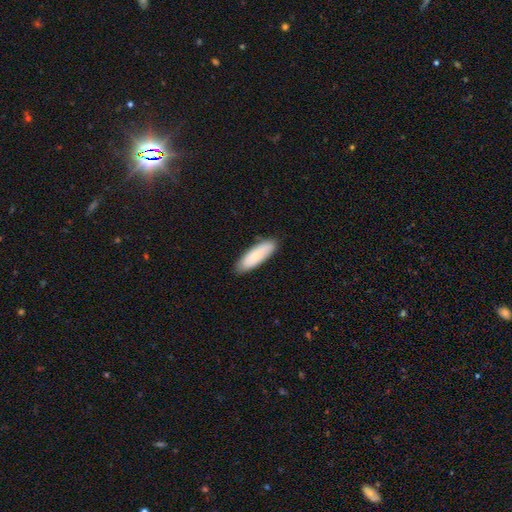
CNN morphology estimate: Smooth or featured: smooth — 79% (featured or disk — 16%)
How rounded: in between — 53% (cigar-shaped — 45%)
Merging: none — 86% (minor disturbance — 11%)